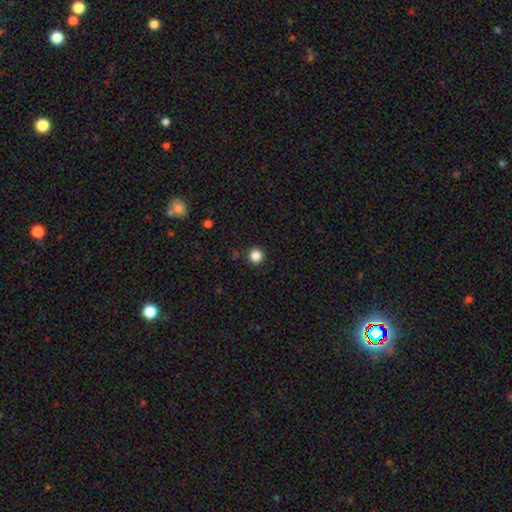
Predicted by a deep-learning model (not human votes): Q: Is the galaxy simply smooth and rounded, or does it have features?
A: smooth — 85%.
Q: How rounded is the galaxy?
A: round — 96%.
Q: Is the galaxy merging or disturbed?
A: none — 92%.